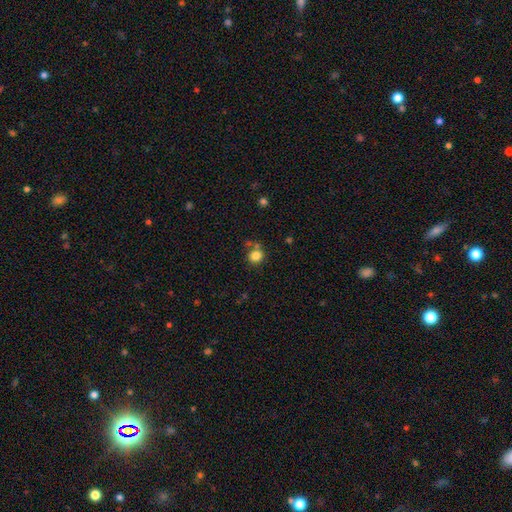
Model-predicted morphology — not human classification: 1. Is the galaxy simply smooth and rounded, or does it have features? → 82% smooth, 11% star or artifact, 7% featured or disk.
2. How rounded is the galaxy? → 80% round, 19% in between, 1% cigar-shaped.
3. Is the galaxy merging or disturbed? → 62% none, 17% merger, 14% minor disturbance, 6% major disturbance.